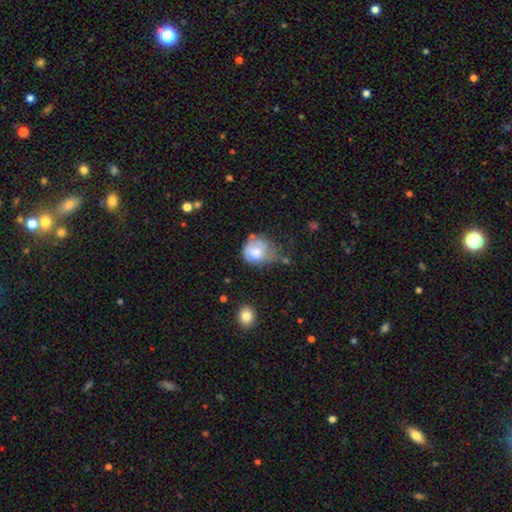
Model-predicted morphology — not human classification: type=smooth (61%); roundness=round (69%); merging=minor disturbance (36%).